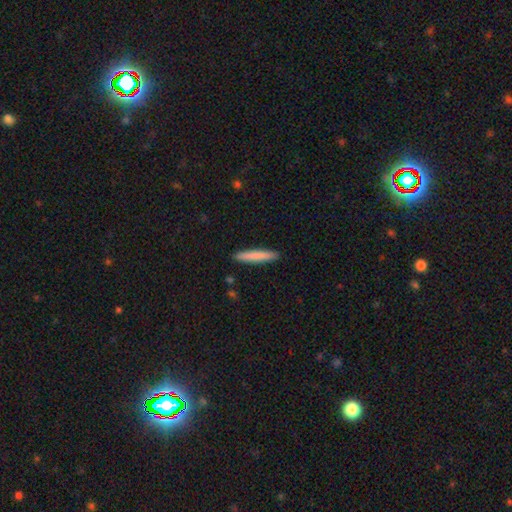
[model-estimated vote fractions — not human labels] Morphology: type=smooth (81%); roundness=cigar-shaped (94%); merging=none (91%).